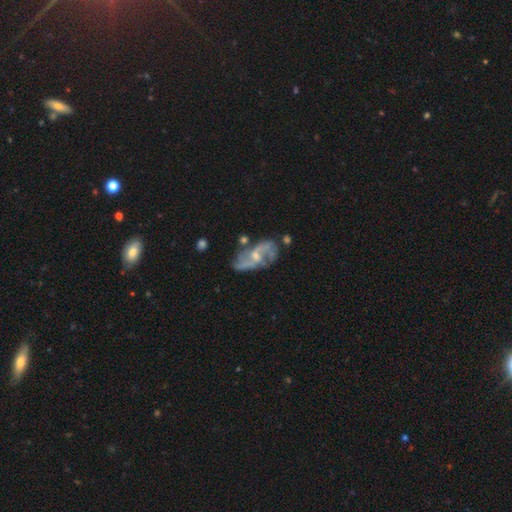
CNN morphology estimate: smooth_or_featured: featured or disk (p=0.80) [alt: smooth p=0.12]
disk_edge_on: no (p=0.95) [alt: yes p=0.05]
bar: no (p=0.44) [tied with: weak p=0.44]
has_spiral_arms: yes (p=0.87) [alt: no p=0.13]
spiral_winding: loose (p=0.46) [alt: medium p=0.40]
spiral_arm_count: 2 (p=0.69) [alt: can't tell p=0.14]
bulge_size: small (p=0.53) [alt: moderate p=0.38]
merging: none (p=0.56) [alt: minor disturbance p=0.21]